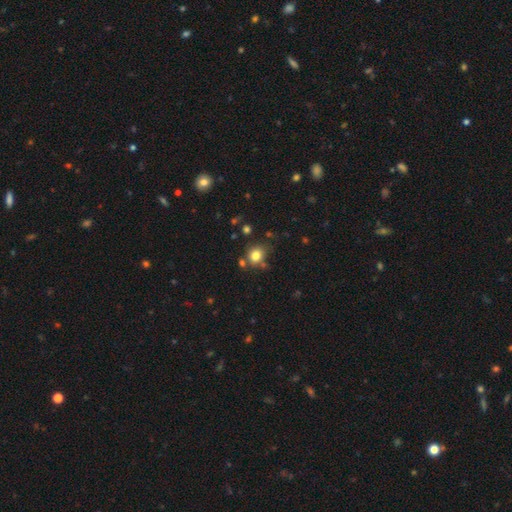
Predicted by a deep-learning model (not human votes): smooth-or-featured: smooth: 80% | star or artifact: 12% | featured or disk: 7%
  how-rounded: round: 73% | in between: 26% | cigar-shaped: 1%
  merging: none: 72% | minor disturbance: 15% | merger: 9% | major disturbance: 5%